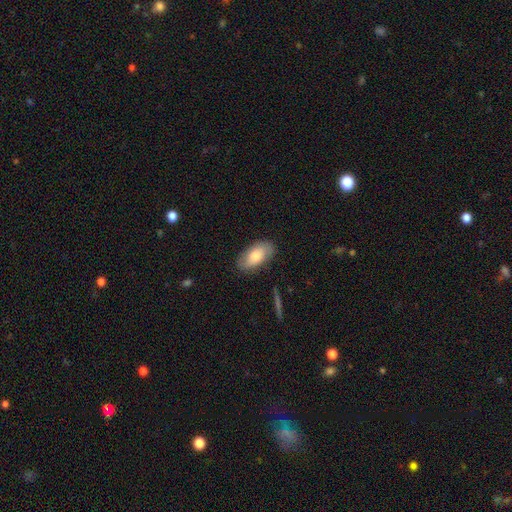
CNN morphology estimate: Smooth or featured: smooth — 78% (featured or disk — 16%)
How rounded: in between — 93% (cigar-shaped — 4%)
Merging: none — 82% (minor disturbance — 13%)